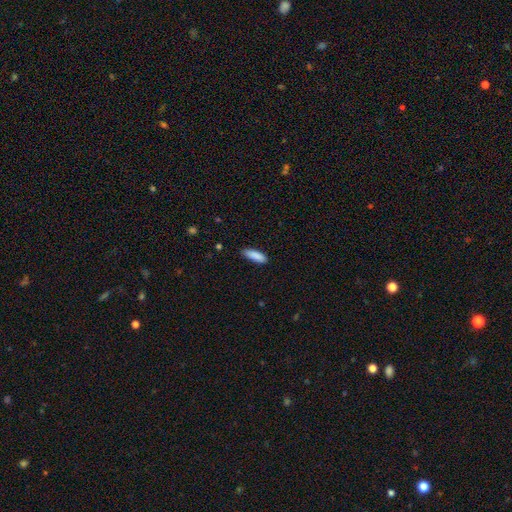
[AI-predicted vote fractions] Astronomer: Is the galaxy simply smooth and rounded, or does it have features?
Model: smooth — 89%.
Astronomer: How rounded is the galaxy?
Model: cigar-shaped — 53% (runner-up: in between, 45%).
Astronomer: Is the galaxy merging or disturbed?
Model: none — 83%.